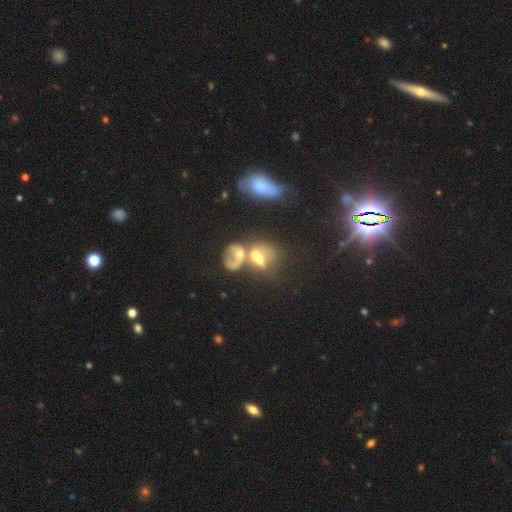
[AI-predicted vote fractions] Q: Smooth or featured?
A: smooth (44%); runner-up: featured or disk (39%)
Q: Merging?
A: merger (62%); runner-up: none (18%)